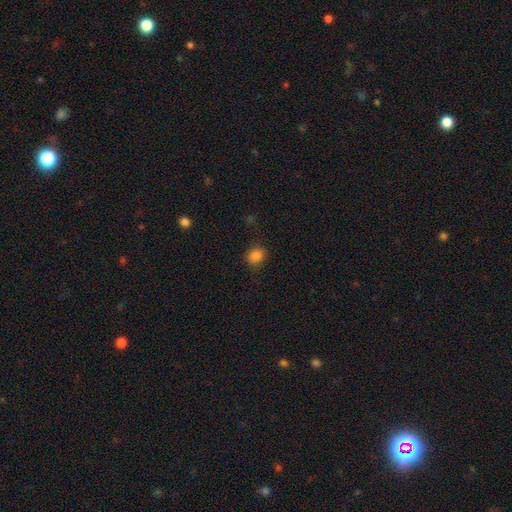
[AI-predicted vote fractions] Smooth or featured: smooth — 85% (star or artifact — 11%)
How rounded: round — 73% (in between — 26%)
Merging: none — 85% (minor disturbance — 11%)